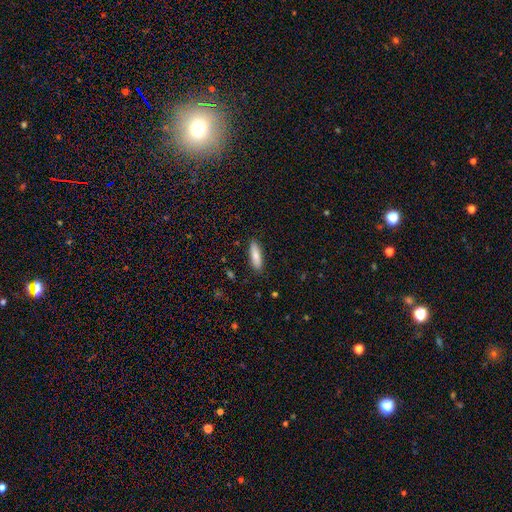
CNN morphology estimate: Smooth or featured? smooth (78%)
How rounded? cigar-shaped (60%)
Merging? none (88%)